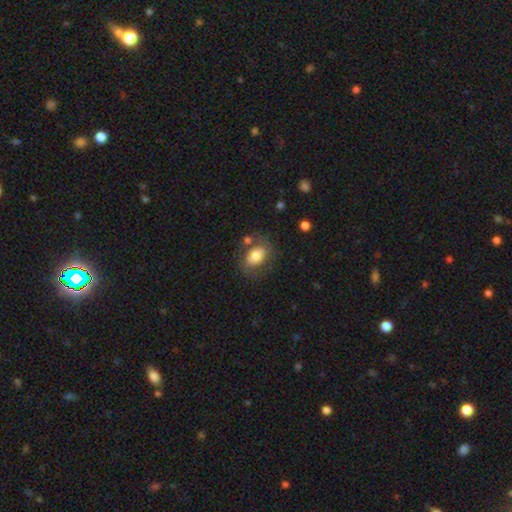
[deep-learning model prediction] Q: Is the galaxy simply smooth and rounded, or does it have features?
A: smooth — 69%.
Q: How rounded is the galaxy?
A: in between — 72%.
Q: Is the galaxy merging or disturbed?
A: none — 64%.